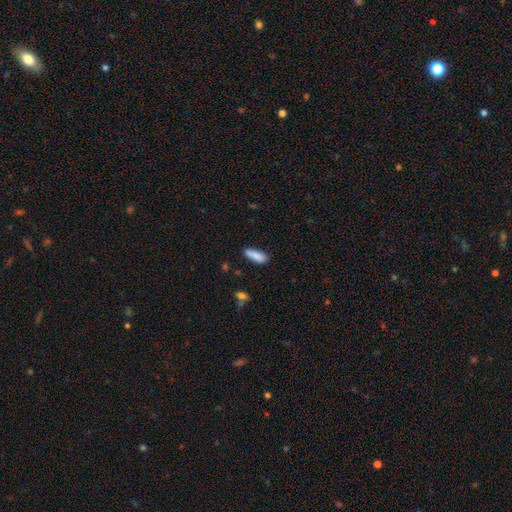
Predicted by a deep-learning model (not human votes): Q: Smooth or featured?
A: smooth (87%); runner-up: star or artifact (7%)
Q: How rounded?
A: in between (50%); runner-up: cigar-shaped (48%)
Q: Merging?
A: none (80%); runner-up: minor disturbance (15%)